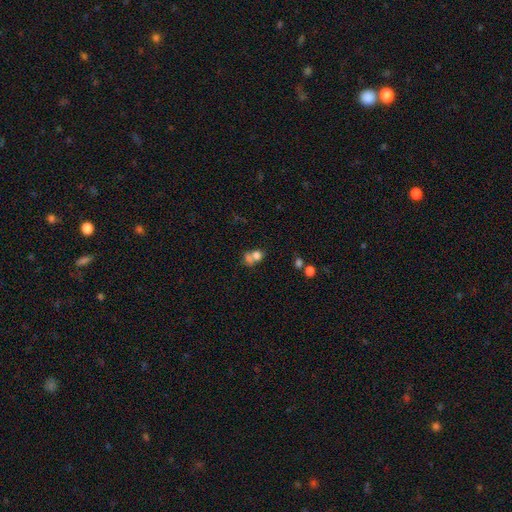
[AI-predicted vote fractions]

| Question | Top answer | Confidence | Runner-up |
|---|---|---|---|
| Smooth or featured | smooth | 72% | featured or disk (15%) |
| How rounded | round | 51% | in between (47%) |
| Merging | merger | 56% | none (27%) |